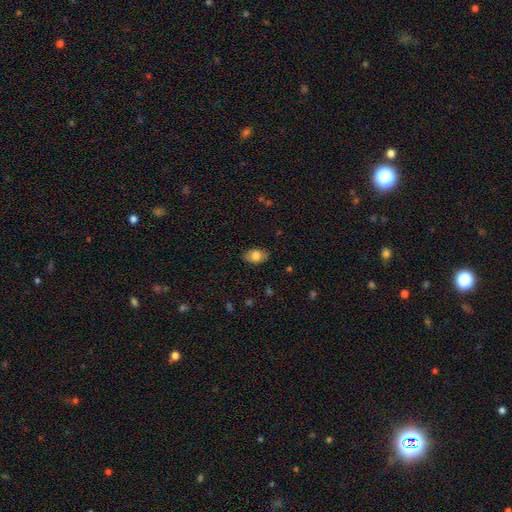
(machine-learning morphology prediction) Smooth or featured: smooth — 81% (featured or disk — 11%)
How rounded: in between — 88% (round — 11%)
Merging: none — 82% (minor disturbance — 14%)